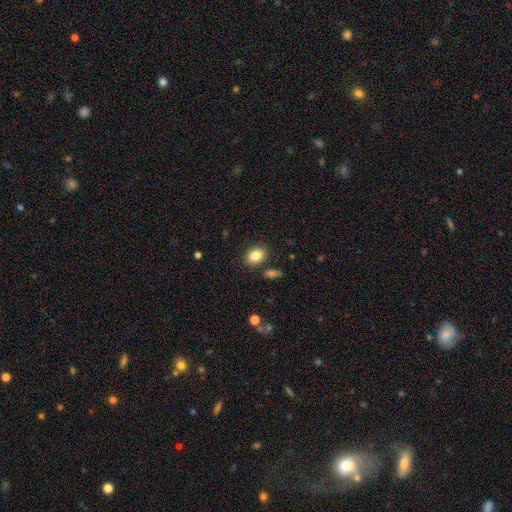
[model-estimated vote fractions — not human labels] Smooth or featured?
  - smooth: 85% *
  - star or artifact: 8%
  - featured or disk: 7%
How rounded?
  - in between: 69% *
  - round: 30%
  - cigar-shaped: 1%
Merging?
  - none: 84% *
  - minor disturbance: 10%
  - merger: 4%
  - major disturbance: 3%